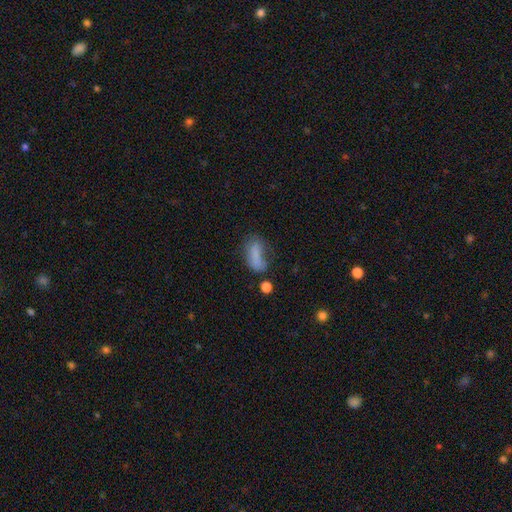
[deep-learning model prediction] This appears to be a smooth galaxy with no disk features (73%) that is in between round and cigar-shaped (70%). Merging: none (41%).